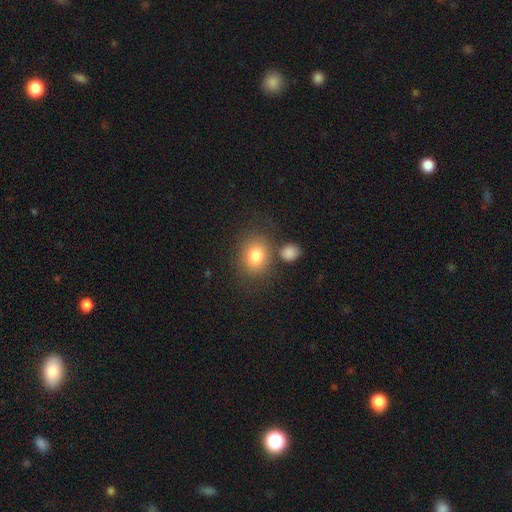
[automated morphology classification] type=smooth (81%); roundness=round (58%); merging=none (68%).